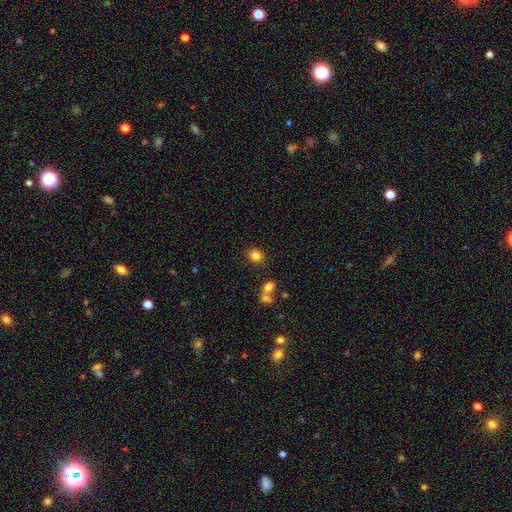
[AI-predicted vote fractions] smooth_or_featured: smooth (p=0.83) [alt: star or artifact p=0.11]
how_rounded: round (p=0.71) [alt: in between p=0.28]
merging: none (p=0.81) [alt: minor disturbance p=0.09]